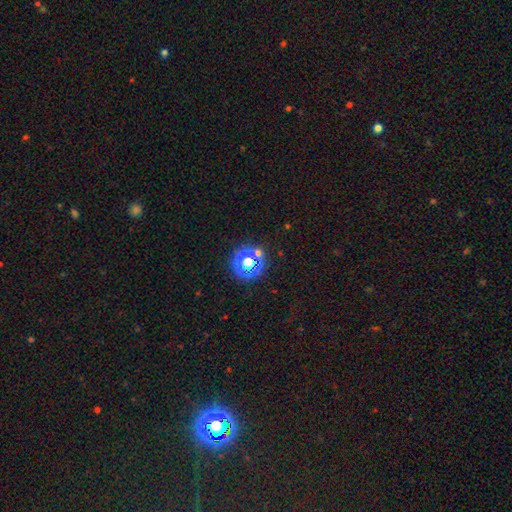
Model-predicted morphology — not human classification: star or artifact 68%, smooth 25%, featured or disk 7%.